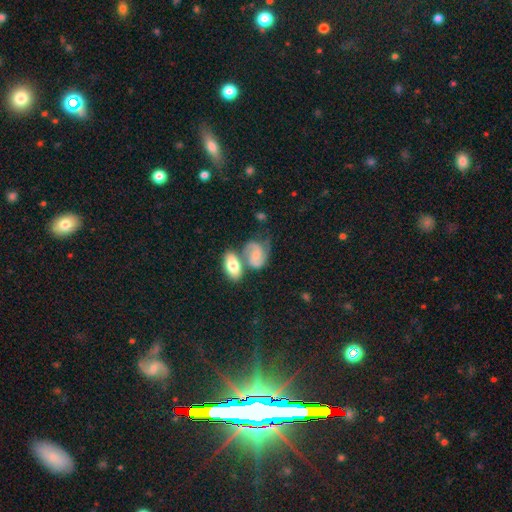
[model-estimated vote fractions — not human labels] smooth_or_featured: featured or disk (p=0.64) [alt: smooth p=0.28]
disk_edge_on: no (p=0.97) [alt: yes p=0.03]
bar: no (p=0.59) [alt: weak p=0.33]
has_spiral_arms: yes (p=0.92) [alt: no p=0.08]
spiral_winding: medium (p=0.50) [alt: tight p=0.27]
spiral_arm_count: 2 (p=0.83) [alt: can't tell p=0.07]
bulge_size: small (p=0.39) [alt: none p=0.26]
merging: merger (p=0.36) [alt: none p=0.35]